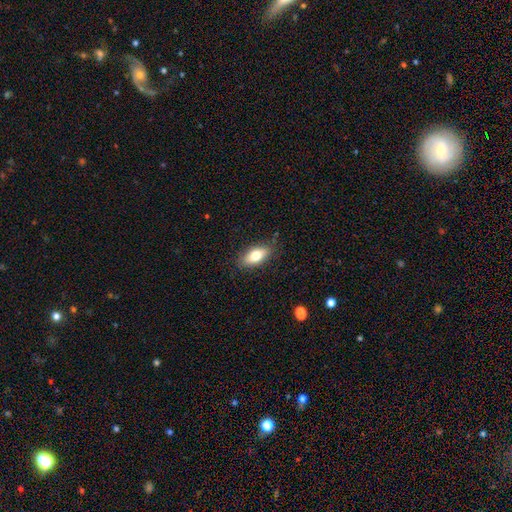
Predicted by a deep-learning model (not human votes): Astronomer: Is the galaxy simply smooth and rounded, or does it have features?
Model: smooth — 73%.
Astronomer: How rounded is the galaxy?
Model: in between — 84%.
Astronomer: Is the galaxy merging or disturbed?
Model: none — 83%.